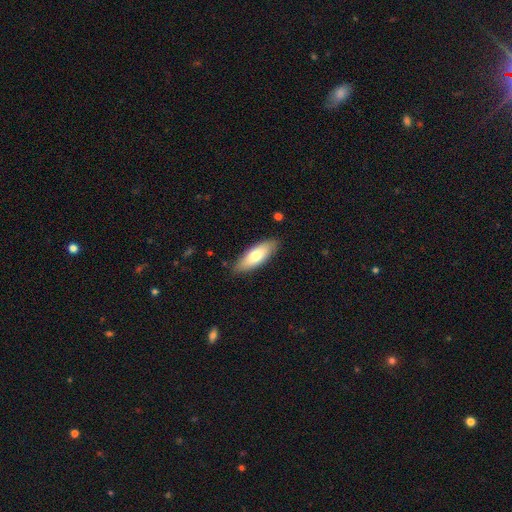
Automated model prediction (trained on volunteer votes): Smooth or featured: smooth — 72% (featured or disk — 22%)
How rounded: in between — 68% (cigar-shaped — 30%)
Merging: none — 85% (minor disturbance — 12%)